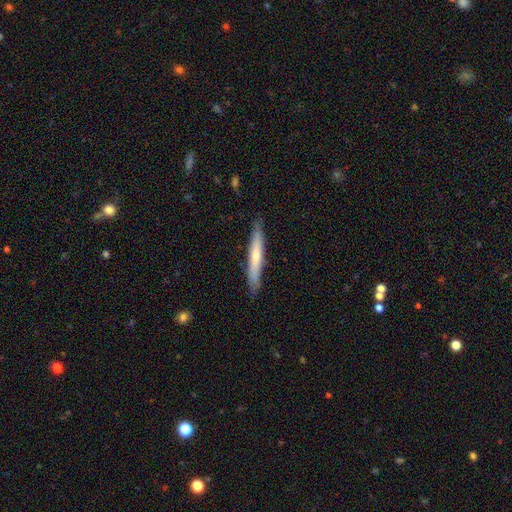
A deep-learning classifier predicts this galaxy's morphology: The model was most divided on "smooth or featured": smooth: 55%, featured or disk: 40%, star or artifact: 6%. More confident: how rounded — cigar-shaped (95%); merging — none (87%).